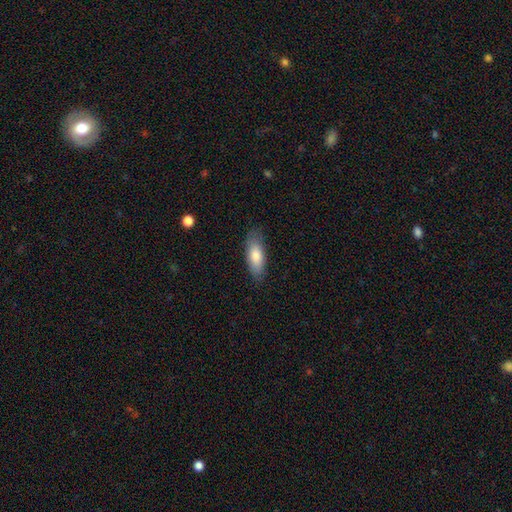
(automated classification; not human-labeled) Smooth or featured: smooth — 79% (featured or disk — 15%)
How rounded: in between — 71% (cigar-shaped — 27%)
Merging: none — 81% (minor disturbance — 15%)